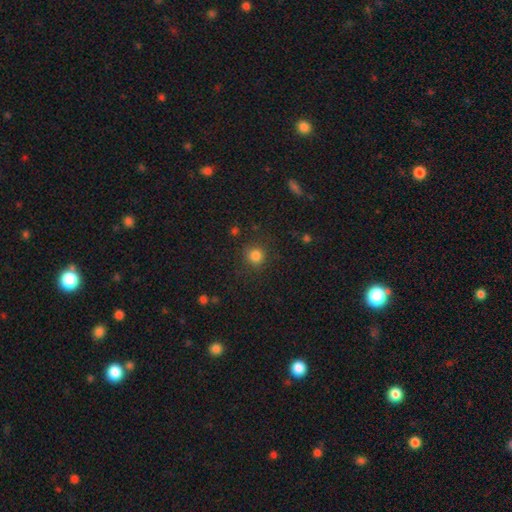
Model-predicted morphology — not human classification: smooth 82%, star or artifact 13%, featured or disk 5%. Down the decision tree: how rounded — round (92%); merging — none (86%).